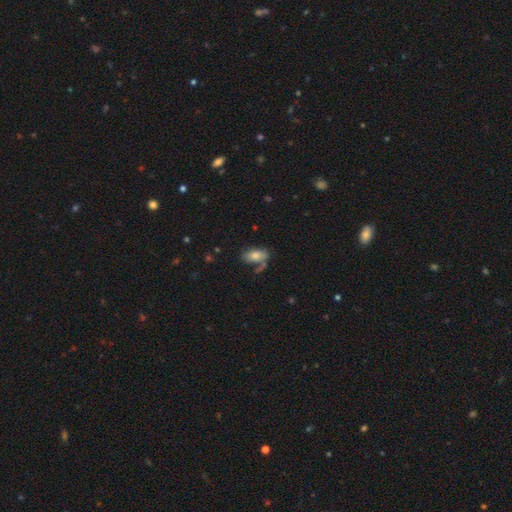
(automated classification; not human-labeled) Morphology: type=smooth (75%); roundness=in between (90%); merging=none (52%).